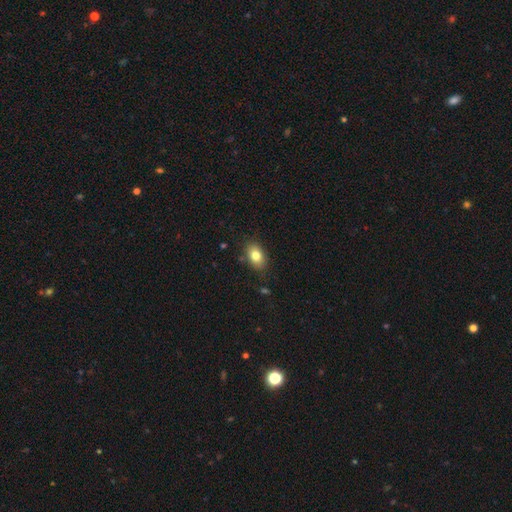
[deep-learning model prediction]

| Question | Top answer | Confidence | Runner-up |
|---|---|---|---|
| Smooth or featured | smooth | 81% | featured or disk (11%) |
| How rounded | in between | 83% | round (15%) |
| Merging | none | 83% | minor disturbance (12%) |